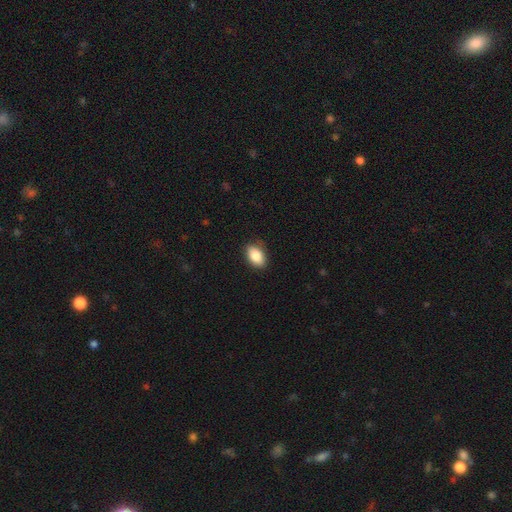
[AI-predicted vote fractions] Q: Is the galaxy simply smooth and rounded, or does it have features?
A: smooth — 86%.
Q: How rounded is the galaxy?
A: in between — 88%.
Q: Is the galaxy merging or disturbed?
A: none — 84%.